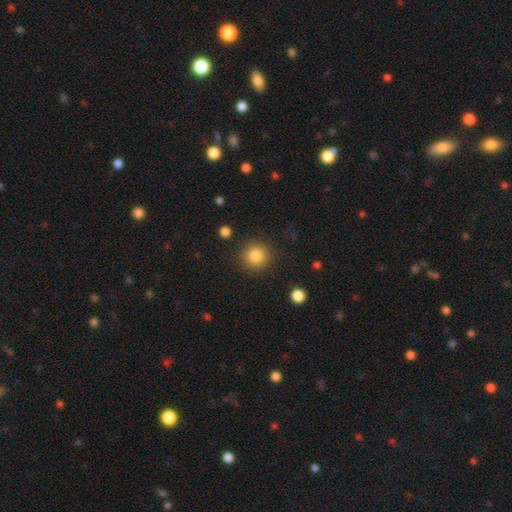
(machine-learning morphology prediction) This is clearly a smooth galaxy (84%). How rounded: clearly round (93%). Merging: clearly none (89%).